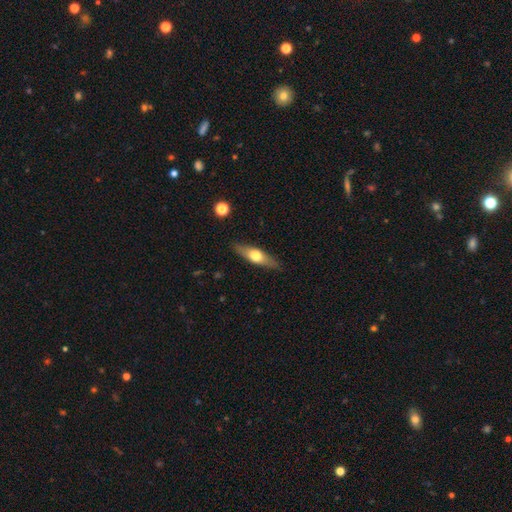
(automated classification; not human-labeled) A featured or disk galaxy (48%). Merging: none (87%).